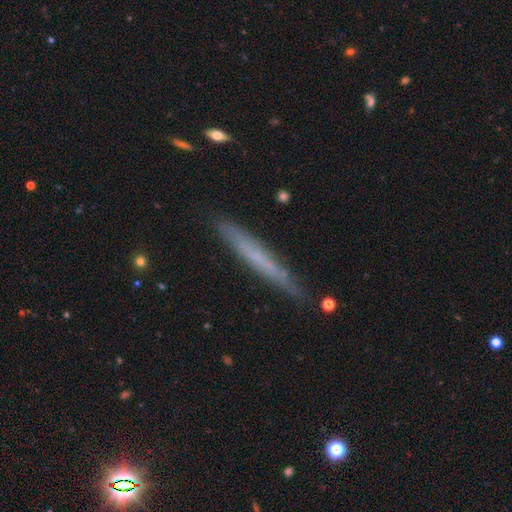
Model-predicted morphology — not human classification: The model was most divided on "smooth or featured" (2-way tie): smooth: 46%, featured or disk: 46%, star or artifact: 7%. More confident: merging — none (84%).